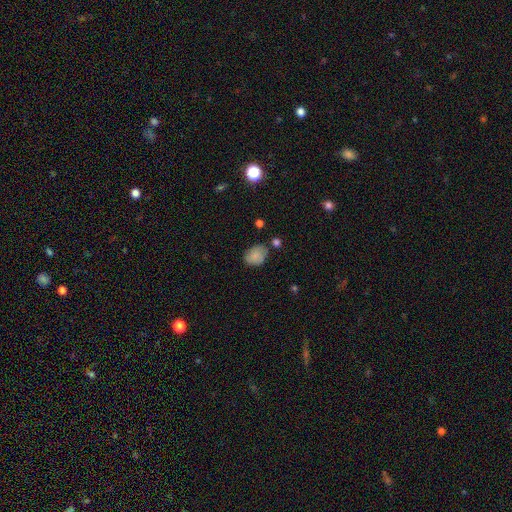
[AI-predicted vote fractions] A smooth galaxy with no disk features (80%) that is in between round and cigar-shaped (62%).

Vote fractions:
- Smooth or featured? smooth: 80% / featured or disk: 11% / star or artifact: 9%
- How rounded? in between: 62% / round: 37% / cigar-shaped: 1%
- Merging? none: 63% / minor disturbance: 24% / merger: 6% / major disturbance: 6%